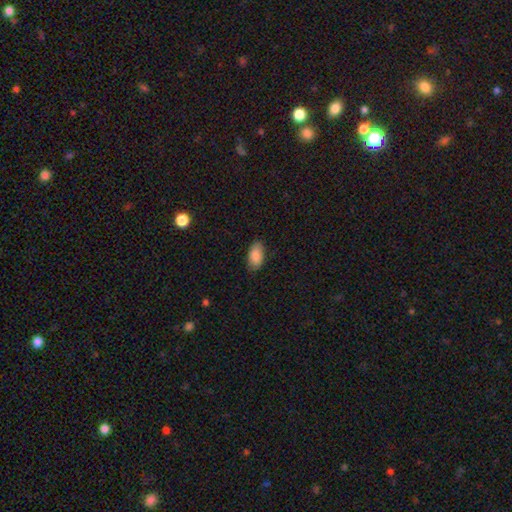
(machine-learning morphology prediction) A smooth galaxy with no disk features (88%) that is in between round and cigar-shaped (93%). Merging: none (81%).